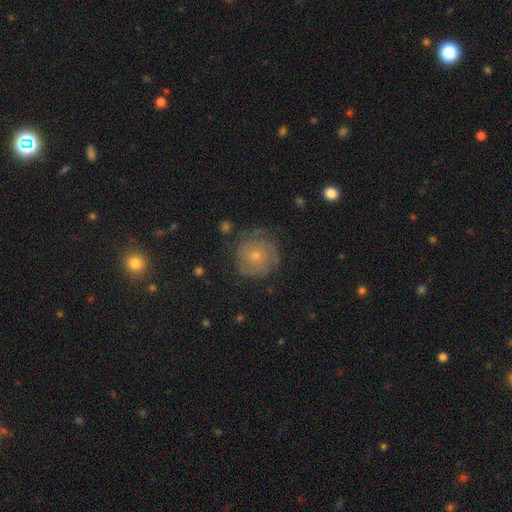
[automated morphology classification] Smooth or featured? Predicted: smooth (p=0.47). Merging? Predicted: none (p=0.69).